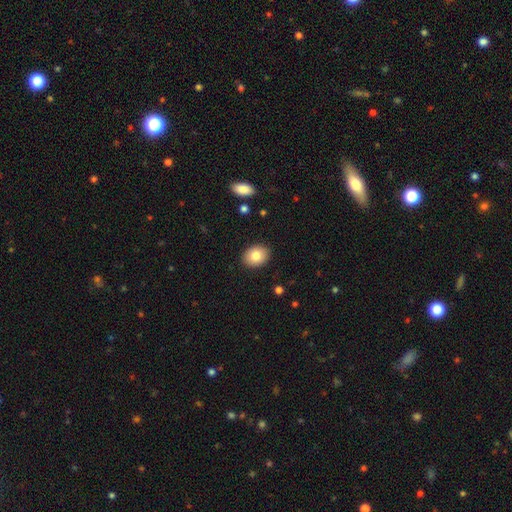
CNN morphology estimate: The model was most divided on "how rounded": in between: 62%, round: 37%, cigar-shaped: 1%. More confident: merging — none (90%); smooth or featured — smooth (83%).